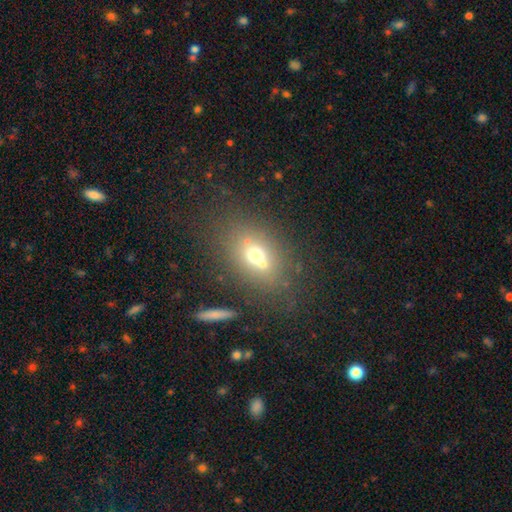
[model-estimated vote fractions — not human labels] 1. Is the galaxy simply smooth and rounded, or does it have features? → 62% smooth, 22% featured or disk, 16% star or artifact.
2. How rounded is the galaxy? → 62% in between, 36% round, 3% cigar-shaped.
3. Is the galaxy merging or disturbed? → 56% none, 24% merger, 13% minor disturbance, 7% major disturbance.